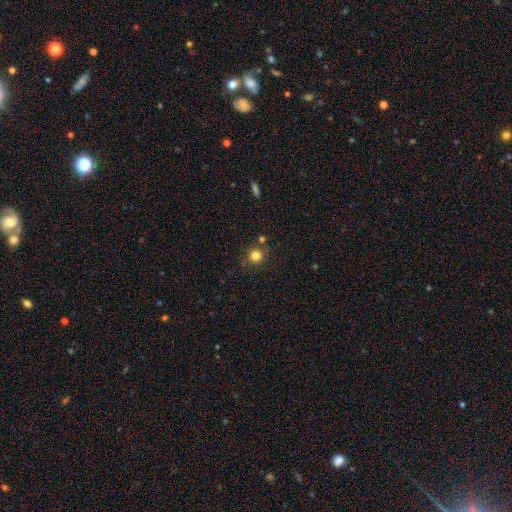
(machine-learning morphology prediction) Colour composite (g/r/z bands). It shows a smooth galaxy with no disk features (81%) that is round (93%). Merging: none (80%).